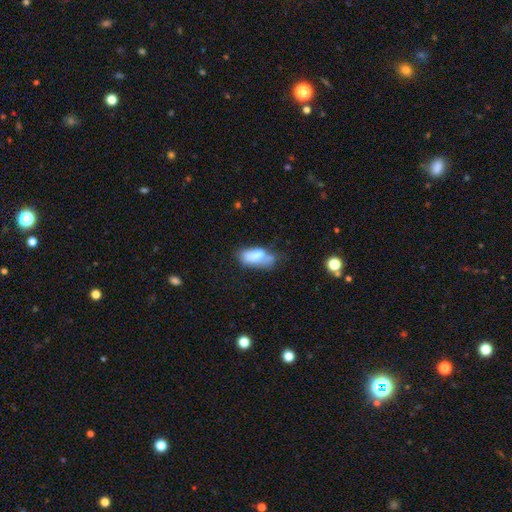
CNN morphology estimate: Overall: smooth (69%). How rounded: in between (84%). Merging: none (36%; minor disturbance 31%).